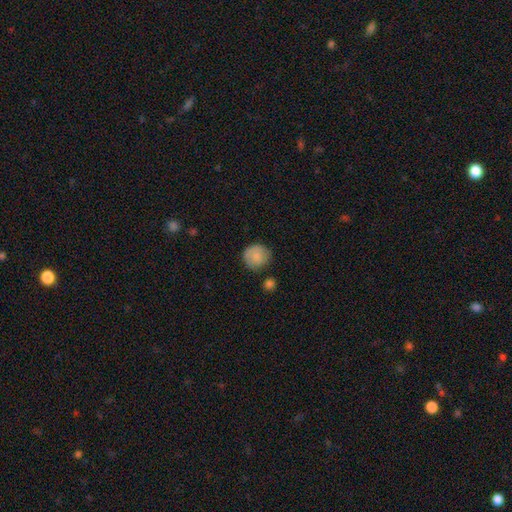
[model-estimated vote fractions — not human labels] smooth_or_featured: smooth (p=0.74) [alt: featured or disk p=0.18]
how_rounded: round (p=0.89) [alt: in between p=0.10]
merging: none (p=0.73) [alt: minor disturbance p=0.18]